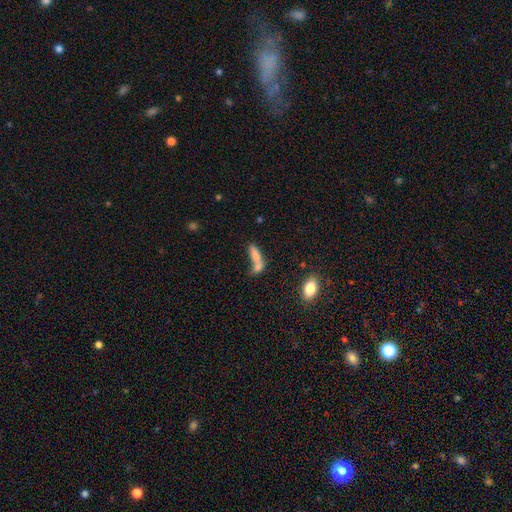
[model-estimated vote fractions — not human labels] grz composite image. It shows a smooth galaxy with no disk features (71%) that is in between round and cigar-shaped (49%). Merging: merger (59%).